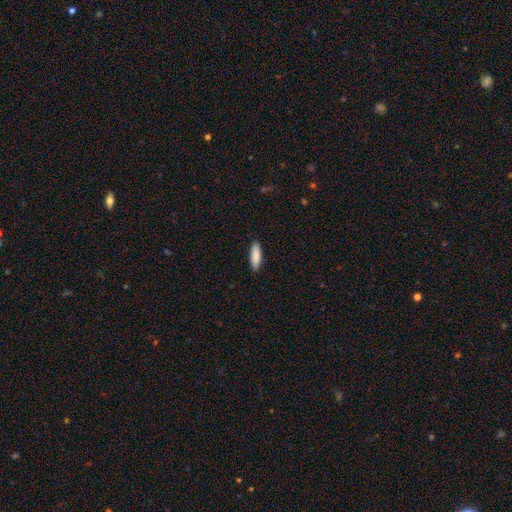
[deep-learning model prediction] Smooth or featured: smooth — 87% (featured or disk — 7%)
How rounded: cigar-shaped — 56% (in between — 43%)
Merging: none — 89% (minor disturbance — 8%)